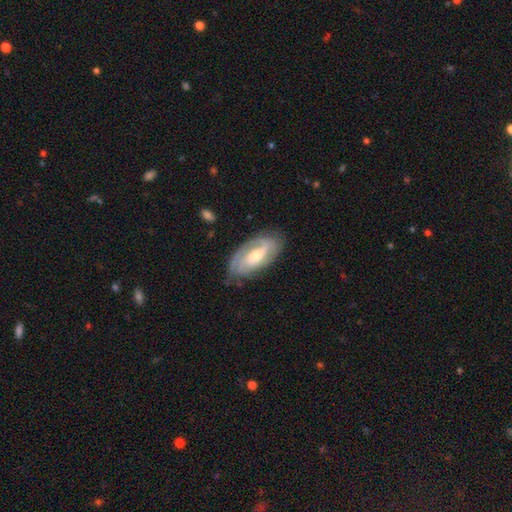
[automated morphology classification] Smooth or featured: featured or disk — 78% (smooth — 17%)
Edge-on disk: no — 93% (yes — 7%)
Bar: no — 43% (weak — 40%)
Spiral arms: yes — 91% (no — 9%)
Spiral winding: tight — 53% (medium — 35%)
Spiral arm count: 2 — 59% (can't tell — 21%)
Bulge size: moderate — 58% (small — 33%)
Merging: none — 75% (minor disturbance — 18%)